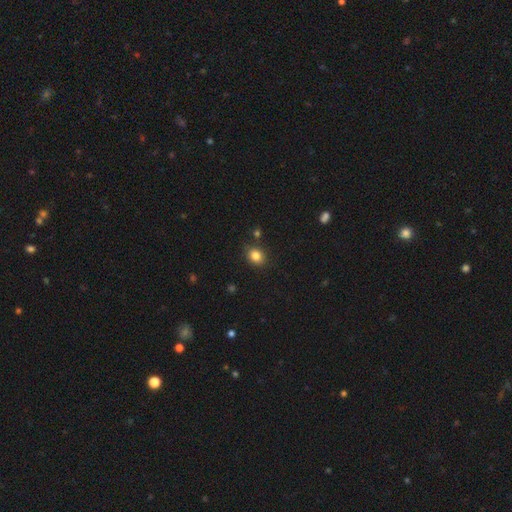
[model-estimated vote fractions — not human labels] The model was most divided on "how rounded": round: 61%, in between: 38%, cigar-shaped: 1%. More confident: smooth or featured — smooth (83%); merging — none (83%).